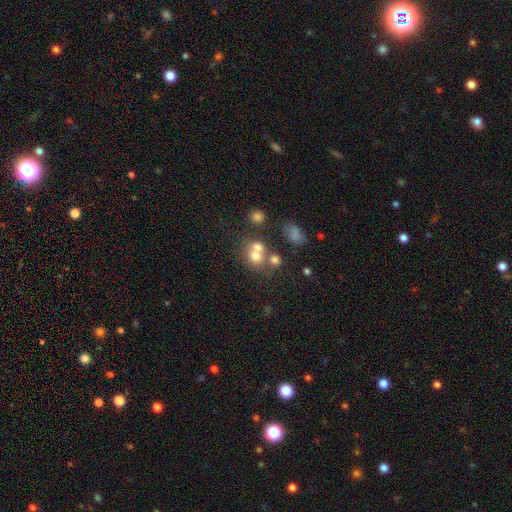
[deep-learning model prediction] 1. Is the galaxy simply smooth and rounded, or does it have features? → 66% smooth, 18% featured or disk, 16% star or artifact.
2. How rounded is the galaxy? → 73% round, 26% in between, 1% cigar-shaped.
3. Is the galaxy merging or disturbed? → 49% merger, 36% none, 9% minor disturbance, 6% major disturbance.